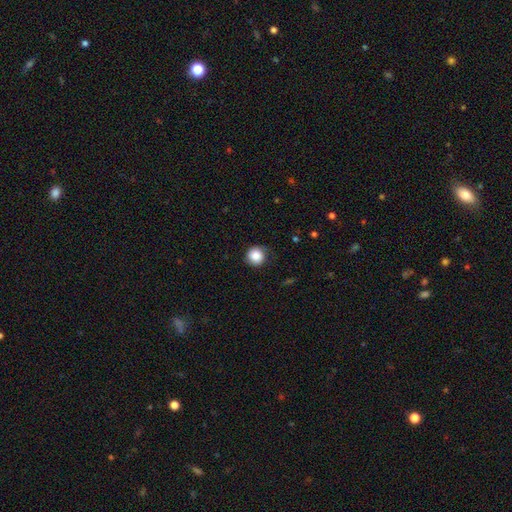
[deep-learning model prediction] This appears to be a smooth galaxy with no disk features (86%) that is round (92%). Merging: none (76%).